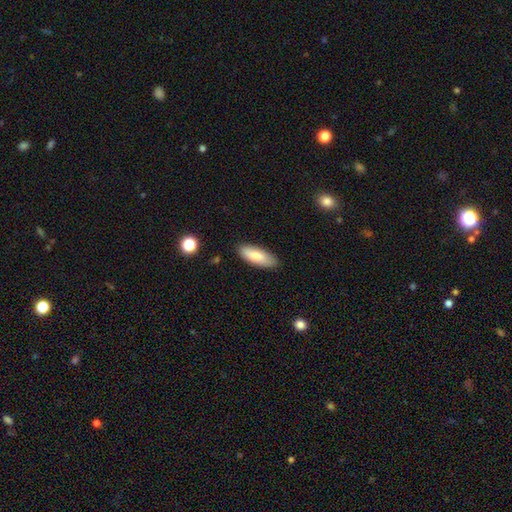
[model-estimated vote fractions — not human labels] Smooth or featured: smooth — 80% (featured or disk — 14%)
How rounded: in between — 70% (cigar-shaped — 28%)
Merging: none — 85% (minor disturbance — 11%)